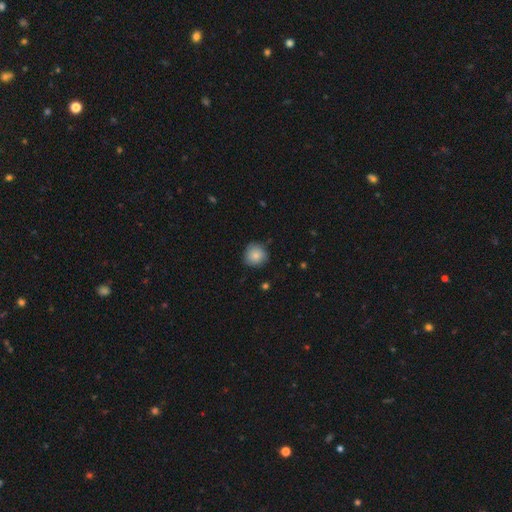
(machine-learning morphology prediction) Smooth or featured?
  - smooth: 83% *
  - featured or disk: 10%
  - star or artifact: 8%
How rounded?
  - round: 92% *
  - in between: 7%
  - cigar-shaped: 1%
Merging?
  - none: 80% *
  - minor disturbance: 16%
  - major disturbance: 3%
  - merger: 1%